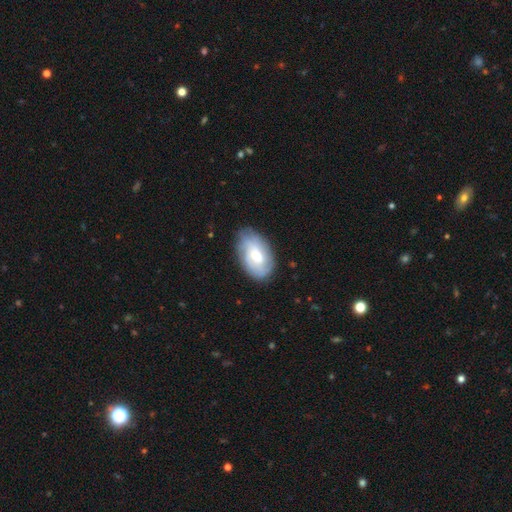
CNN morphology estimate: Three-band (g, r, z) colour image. It shows a featured or disk galaxy (54%) with no bar (53%), spiral arms (78%) and a moderate central bulge (52%). Merging: none (78%).